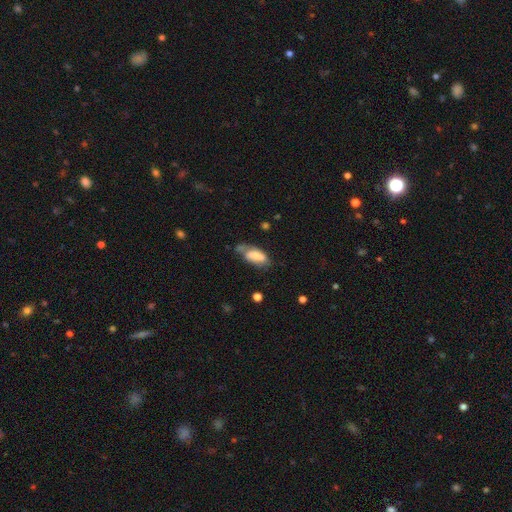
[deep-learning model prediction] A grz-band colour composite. It shows a smooth galaxy with no disk features (63%) that is in between round and cigar-shaped (87%). Merging: none (39%).